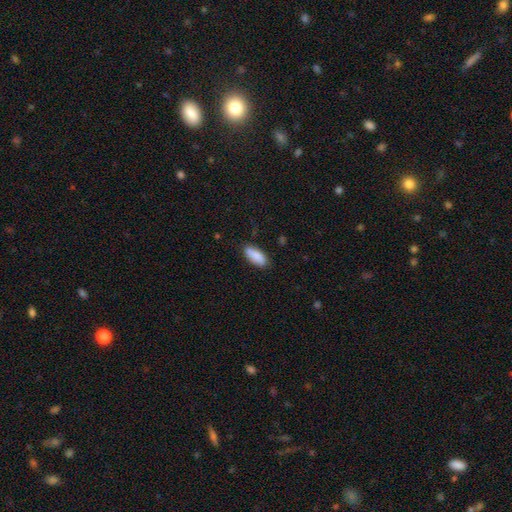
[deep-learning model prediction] smooth_or_featured: smooth (p=0.85) [alt: featured or disk p=0.08]
how_rounded: in between (p=0.78) [alt: cigar-shaped p=0.20]
merging: none (p=0.81) [alt: minor disturbance p=0.14]